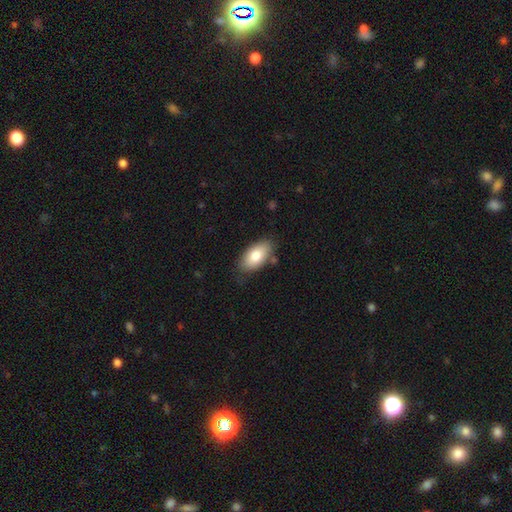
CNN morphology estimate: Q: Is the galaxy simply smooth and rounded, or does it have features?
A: smooth — 80%.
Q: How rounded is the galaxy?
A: in between — 93%.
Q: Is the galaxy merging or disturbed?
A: none — 78%.